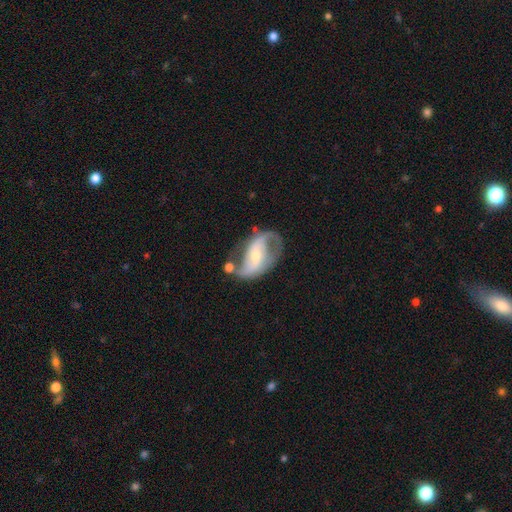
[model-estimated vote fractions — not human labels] smooth_or_featured: featured or disk (p=0.84) [alt: smooth p=0.11]
disk_edge_on: no (p=0.96) [alt: yes p=0.04]
bar: weak (p=0.37) [alt: strong p=0.32]
has_spiral_arms: yes (p=0.91) [alt: no p=0.09]
spiral_winding: loose (p=0.47) [alt: medium p=0.40]
spiral_arm_count: 2 (p=0.87) [alt: can't tell p=0.05]
bulge_size: small (p=0.53) [alt: moderate p=0.42]
merging: none (p=0.56) [alt: minor disturbance p=0.20]